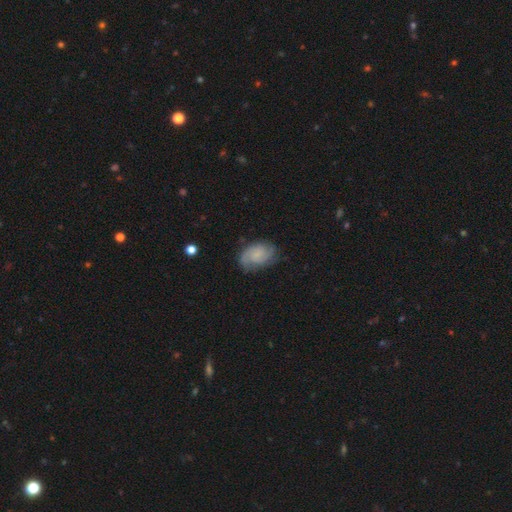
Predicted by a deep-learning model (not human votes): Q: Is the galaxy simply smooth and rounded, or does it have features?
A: featured or disk — 59%.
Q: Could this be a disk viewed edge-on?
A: no — 97%.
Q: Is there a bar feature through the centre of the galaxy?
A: no — 73%.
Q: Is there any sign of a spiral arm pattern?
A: yes — 91%.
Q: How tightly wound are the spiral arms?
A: tight — 44%.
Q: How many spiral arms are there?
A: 2 — 43%.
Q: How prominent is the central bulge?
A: small — 49%.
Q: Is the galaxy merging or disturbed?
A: none — 67%.